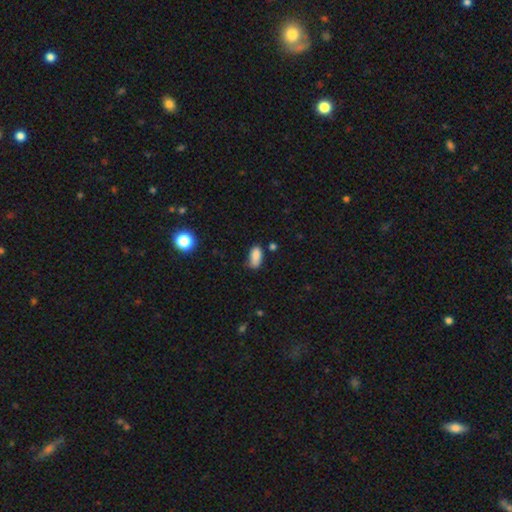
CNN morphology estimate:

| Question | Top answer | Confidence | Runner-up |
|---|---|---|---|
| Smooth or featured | smooth | 85% | star or artifact (9%) |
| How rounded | in between | 89% | cigar-shaped (7%) |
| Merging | none | 54% | minor disturbance (33%) |